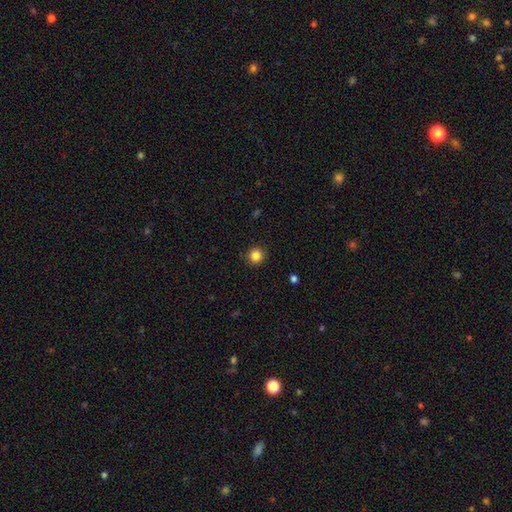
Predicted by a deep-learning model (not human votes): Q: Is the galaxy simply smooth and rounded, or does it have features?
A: smooth — 84%.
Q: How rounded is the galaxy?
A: round — 93%.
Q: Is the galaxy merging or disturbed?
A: none — 91%.